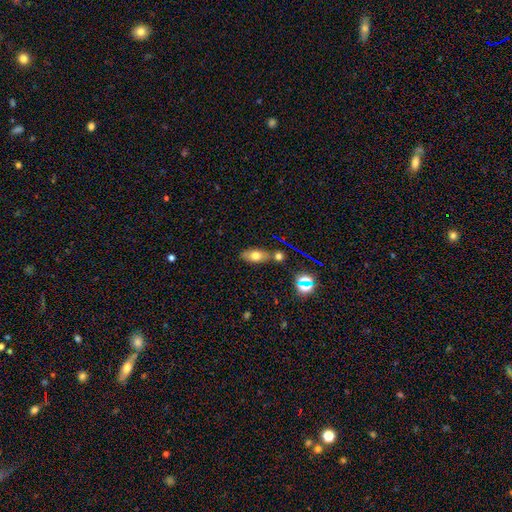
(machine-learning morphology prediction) Smooth or featured: smooth — 70% (featured or disk — 18%)
How rounded: in between — 85% (round — 8%)
Merging: none — 64% (merger — 19%)